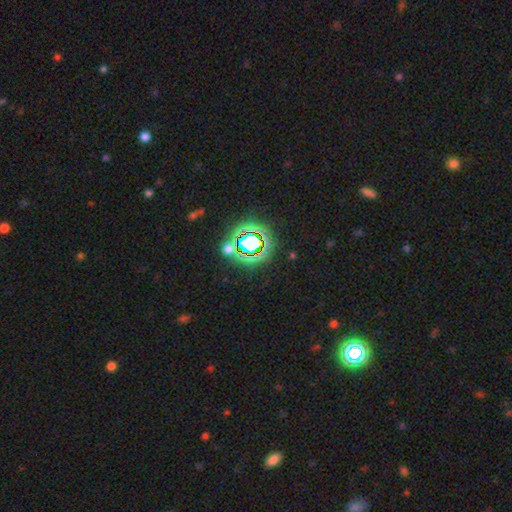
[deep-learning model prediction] Smooth or featured? Predicted: star or artifact (p=0.81).